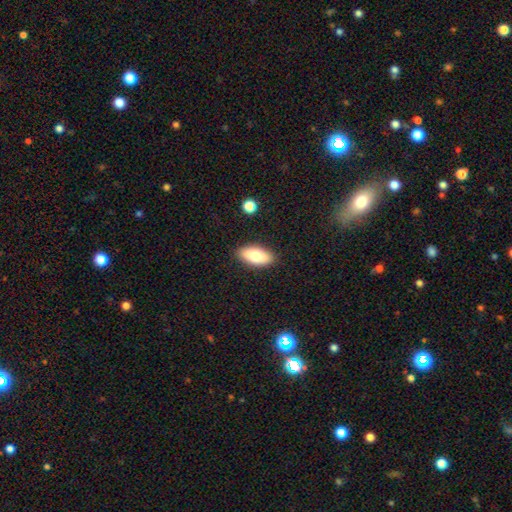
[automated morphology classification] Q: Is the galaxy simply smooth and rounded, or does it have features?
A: smooth — 78%.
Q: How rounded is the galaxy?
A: in between — 89%.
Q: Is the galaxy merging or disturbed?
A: none — 88%.